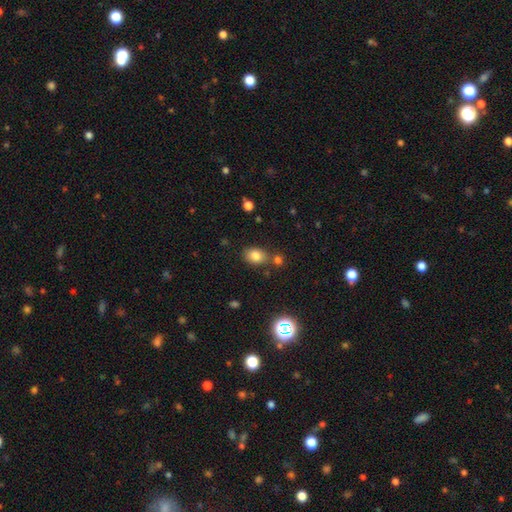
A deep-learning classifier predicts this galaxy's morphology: A smooth galaxy with no disk features (80%) that is in between round and cigar-shaped (71%). Merging: none (67%).